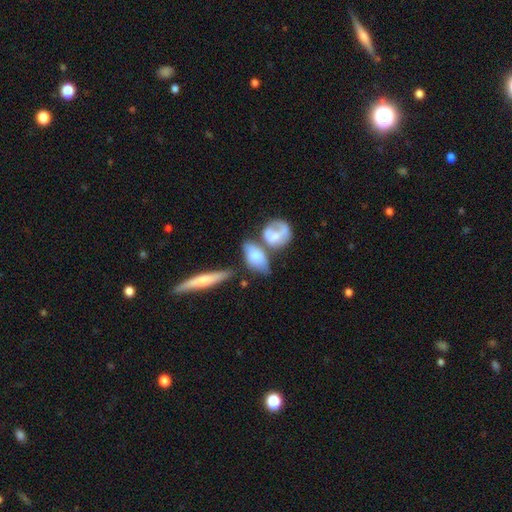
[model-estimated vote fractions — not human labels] A smooth galaxy with no disk features (66%) that is in between round and cigar-shaped (76%).

Vote fractions:
- Smooth or featured? smooth: 66% / featured or disk: 28% / star or artifact: 7%
- How rounded? in between: 76% / round: 16% / cigar-shaped: 8%
- Merging? none: 39% / merger: 33% / minor disturbance: 19% / major disturbance: 10%